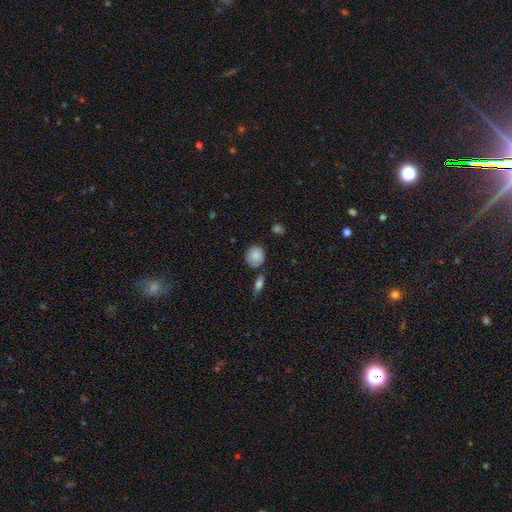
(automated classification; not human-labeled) A smooth galaxy with no disk features (85%) that is round (80%). Merging: none (71%).